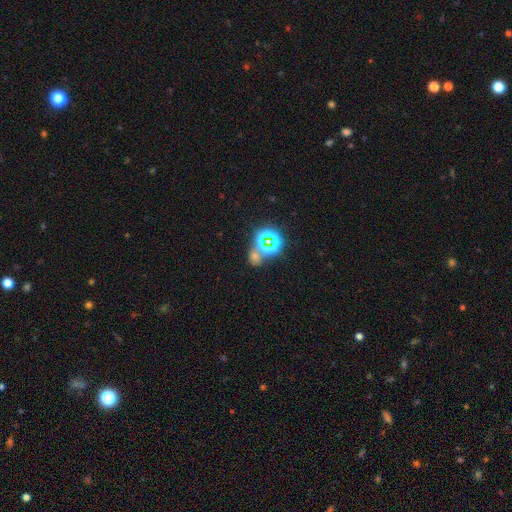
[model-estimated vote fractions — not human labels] Morphology: type=star or artifact (63%).